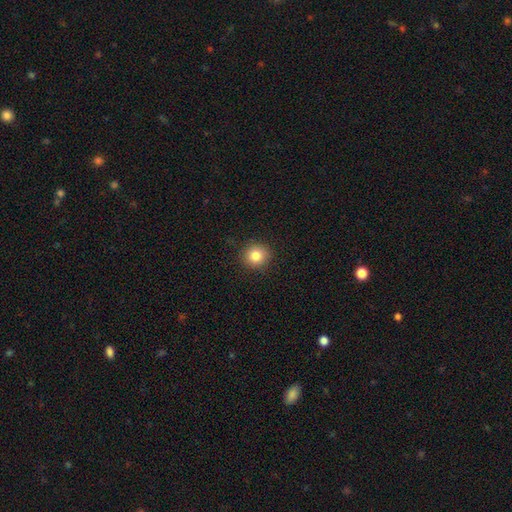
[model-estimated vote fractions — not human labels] smooth-or-featured: smooth: 83% | star or artifact: 10% | featured or disk: 6%
  how-rounded: round: 91% | in between: 8% | cigar-shaped: 1%
  merging: none: 91% | minor disturbance: 6% | major disturbance: 2% | merger: 1%